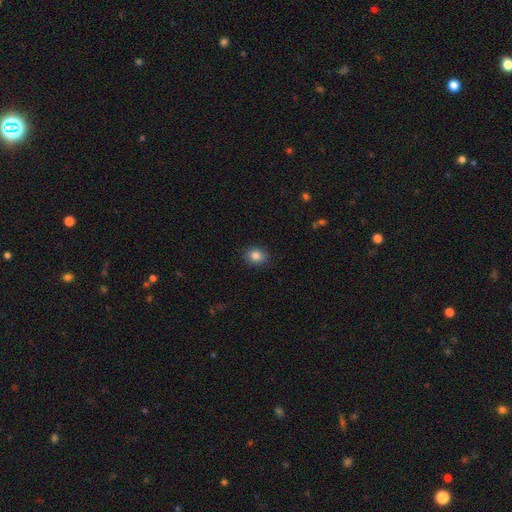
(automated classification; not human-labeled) This appears to be a smooth galaxy with no disk features (85%) that is round (60%). Merging: none (88%).